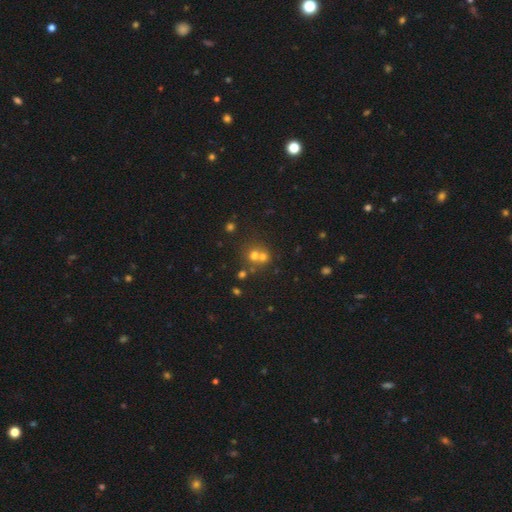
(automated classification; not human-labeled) The model was most divided on "merging": merger: 47%, none: 44%, minor disturbance: 6%, major disturbance: 3%. More confident: how rounded — round (83%); smooth or featured — smooth (57%).